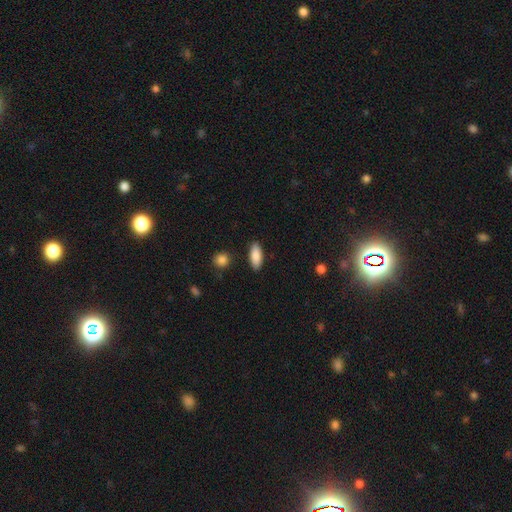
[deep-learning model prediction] Morphology: type=smooth (87%); roundness=in between (78%); merging=none (87%).